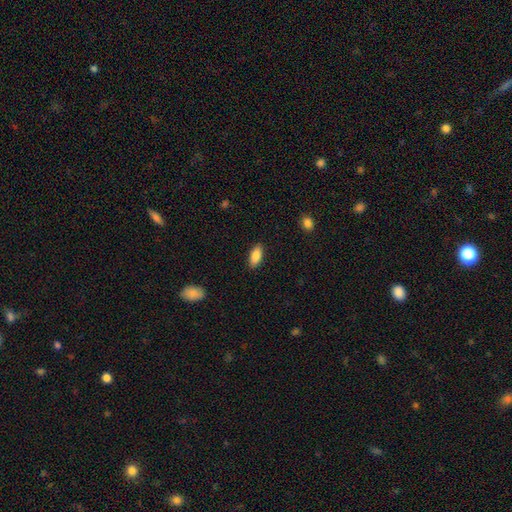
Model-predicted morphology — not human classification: type=smooth (87%); roundness=in between (86%); merging=none (88%).